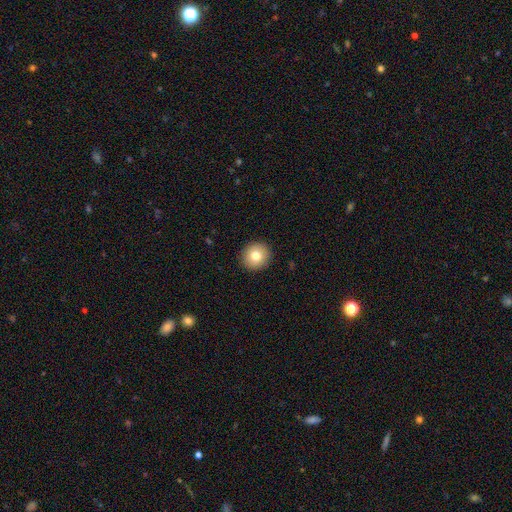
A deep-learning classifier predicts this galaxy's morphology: Smooth or featured? smooth (79%)
How rounded? round (89%)
Merging? none (92%)